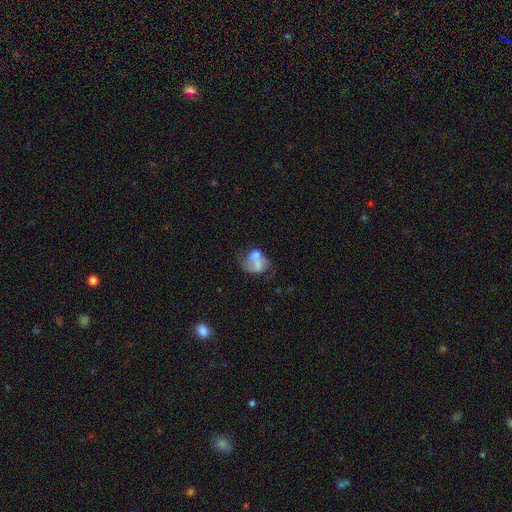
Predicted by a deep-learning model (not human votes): Smooth or featured?
  - featured or disk: 46% *
  - smooth: 44%
  - star or artifact: 10%
Merging?
  - merger: 41% *
  - none: 25%
  - major disturbance: 19%
  - minor disturbance: 15%